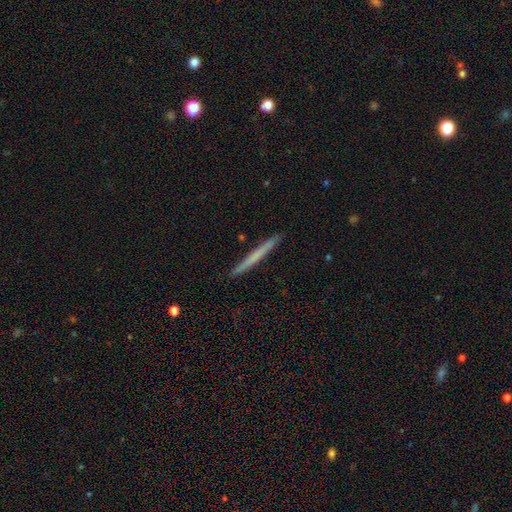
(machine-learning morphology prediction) Smooth or featured: smooth — 58% (featured or disk — 37%)
How rounded: cigar-shaped — 97% (in between — 2%)
Merging: none — 93% (minor disturbance — 5%)